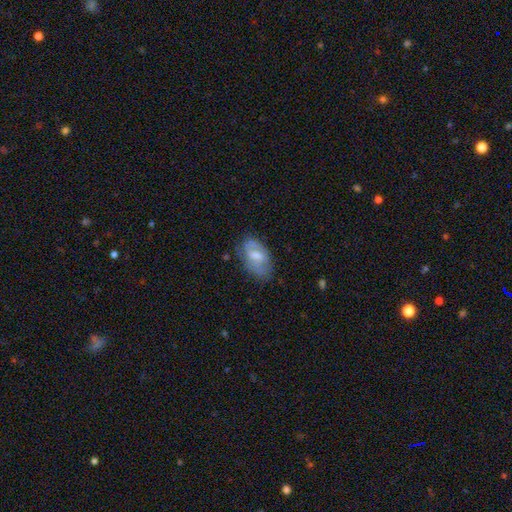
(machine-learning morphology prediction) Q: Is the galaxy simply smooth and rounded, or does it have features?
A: smooth — 52%.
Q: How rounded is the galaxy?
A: in between — 92%.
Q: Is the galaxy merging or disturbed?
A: none — 62%.